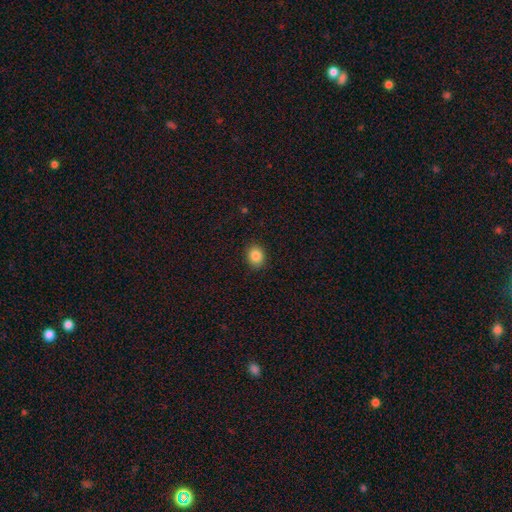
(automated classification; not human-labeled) smooth_or_featured: smooth (p=0.86) [alt: star or artifact p=0.09]
how_rounded: round (p=0.54) [alt: in between p=0.45]
merging: none (p=0.90) [alt: minor disturbance p=0.07]